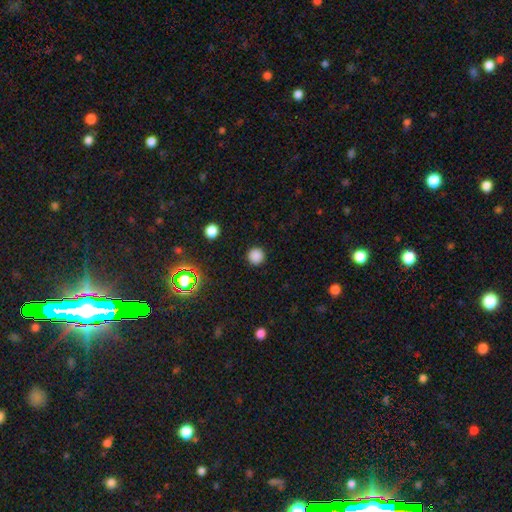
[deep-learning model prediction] This appears to be a smooth galaxy with no disk features (83%) that is round (96%). Merging: none (92%).